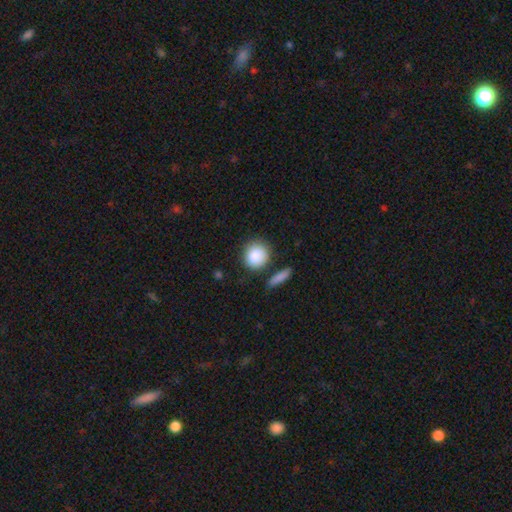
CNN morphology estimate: Q: Smooth or featured?
A: smooth (88%); runner-up: star or artifact (7%)
Q: How rounded?
A: round (82%); runner-up: in between (16%)
Q: Merging?
A: none (76%); runner-up: minor disturbance (12%)